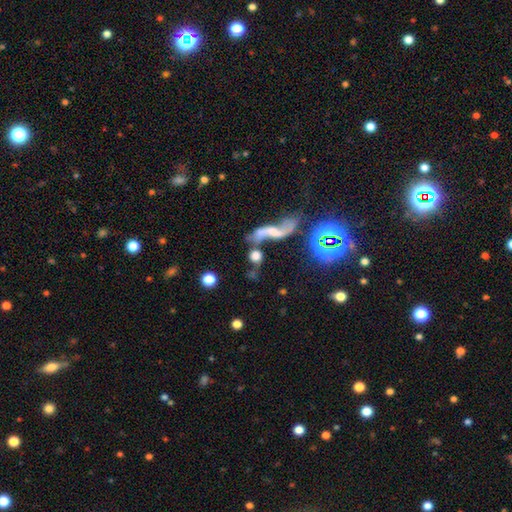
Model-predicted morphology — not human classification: Smooth or featured: smooth — 50% (featured or disk — 33%)
How rounded: round — 67% (in between — 23%)
Merging: none — 38% (merger — 37%)